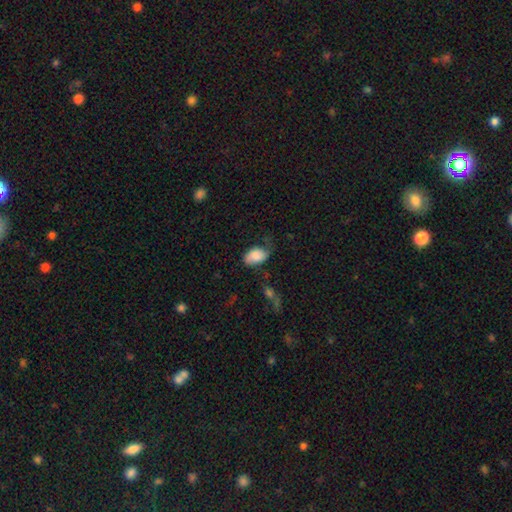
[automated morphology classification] This appears to be a smooth galaxy with no disk features (76%) that is in between round and cigar-shaped (89%). Merging: none (47%).